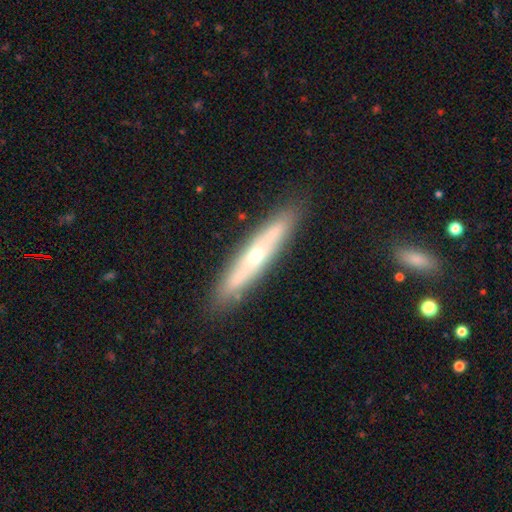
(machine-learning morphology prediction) Smooth or featured? Predicted: featured or disk (p=0.59). Edge-on disk? Predicted: yes (p=0.72). Merging? Predicted: none (p=0.86).